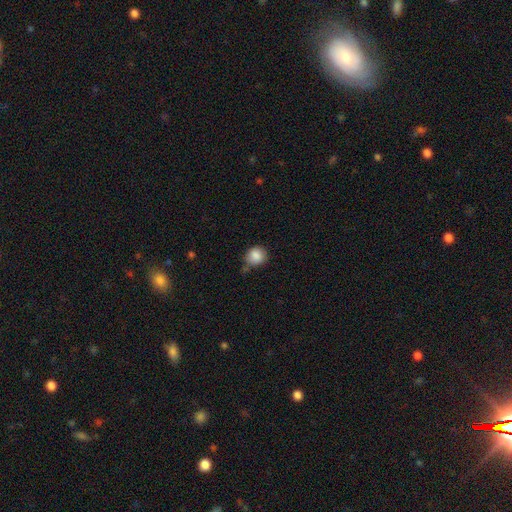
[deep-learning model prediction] Smooth or featured? smooth (87%)
How rounded? round (82%)
Merging? none (63%)